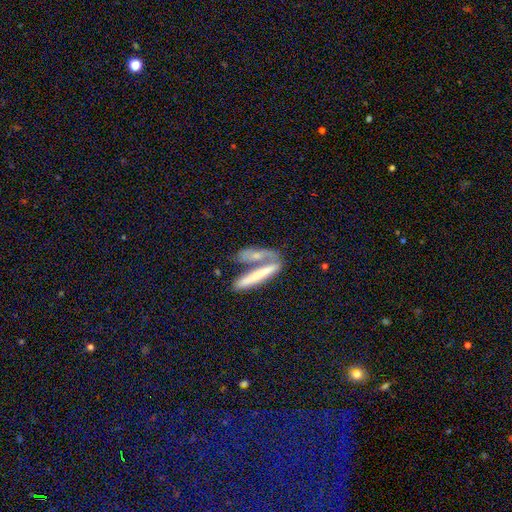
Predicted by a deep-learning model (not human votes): Morphology: type=smooth (57%); roundness=cigar-shaped (80%); merging=merger (46%).